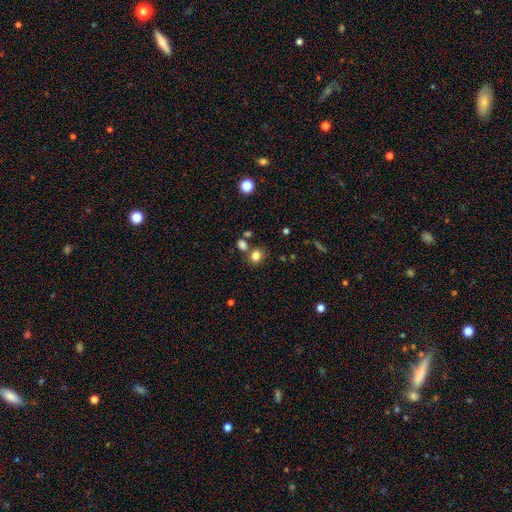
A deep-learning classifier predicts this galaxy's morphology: Smooth or featured: smooth — 81% (star or artifact — 13%)
How rounded: round — 65% (in between — 34%)
Merging: none — 72% (merger — 15%)